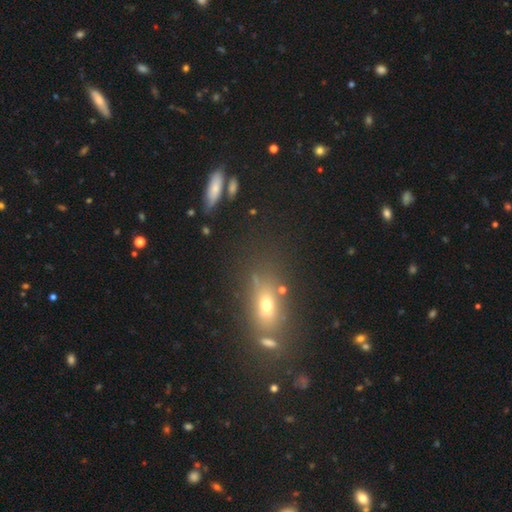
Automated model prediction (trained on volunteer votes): Smooth or featured? Predicted: smooth (p=0.49). Merging? Predicted: none (p=0.66).